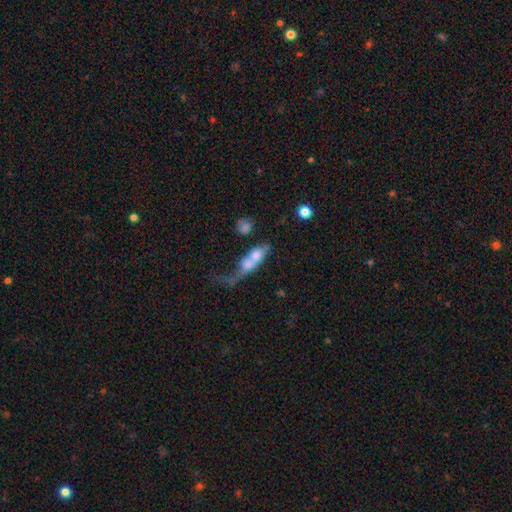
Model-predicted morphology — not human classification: Q: Smooth or featured?
A: smooth (57%); runner-up: featured or disk (33%)
Q: How rounded?
A: in between (57%); runner-up: cigar-shaped (30%)
Q: Merging?
A: merger (55%); runner-up: major disturbance (22%)